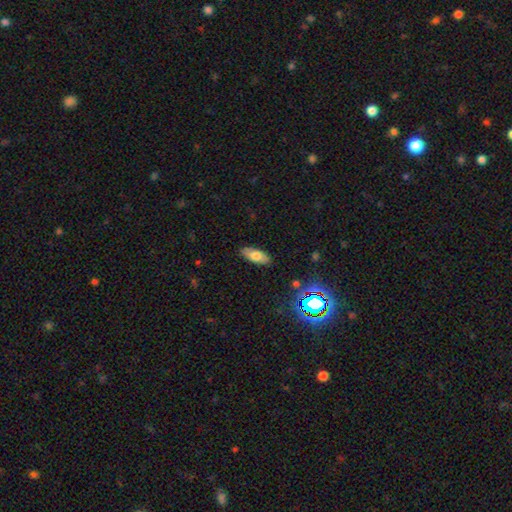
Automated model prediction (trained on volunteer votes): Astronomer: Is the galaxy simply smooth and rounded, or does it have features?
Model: smooth — 74%.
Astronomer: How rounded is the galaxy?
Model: in between — 82%.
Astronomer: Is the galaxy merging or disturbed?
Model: none — 87%.